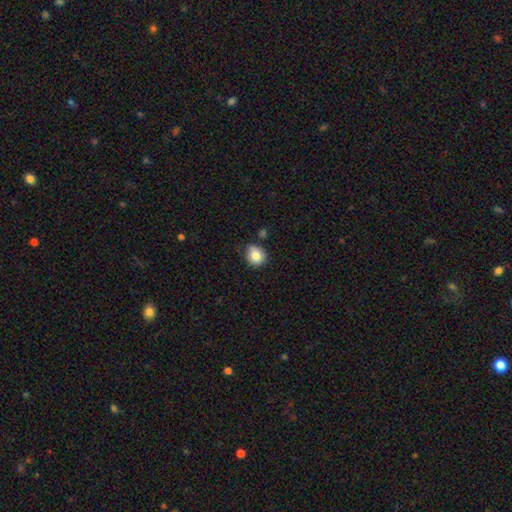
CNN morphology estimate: smooth 82%, star or artifact 10%, featured or disk 8%. Down the decision tree: how rounded — round (85%); merging — none (75%).